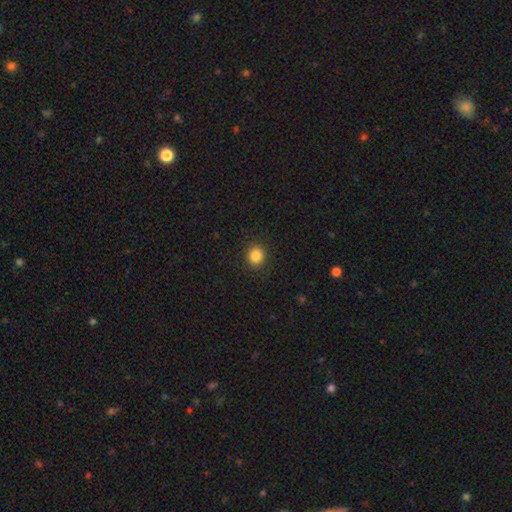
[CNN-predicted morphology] type=smooth (85%); roundness=round (89%); merging=none (91%).